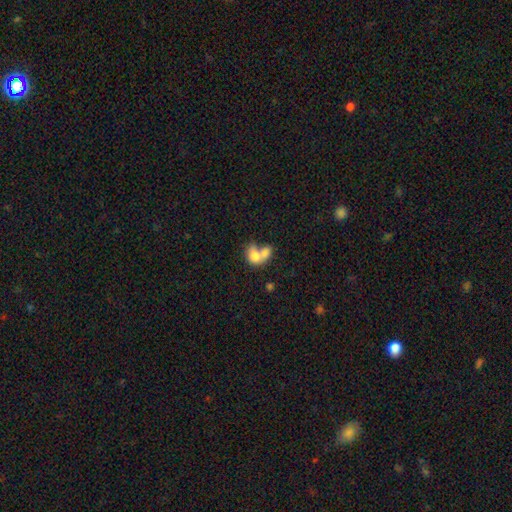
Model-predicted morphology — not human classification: A smooth galaxy with no disk features (74%) that is in between round and cigar-shaped (70%).

Vote fractions:
- Smooth or featured? smooth: 74% / featured or disk: 17% / star or artifact: 8%
- How rounded? in between: 70% / round: 29% / cigar-shaped: 1%
- Merging? merger: 73% / none: 15% / minor disturbance: 7% / major disturbance: 6%